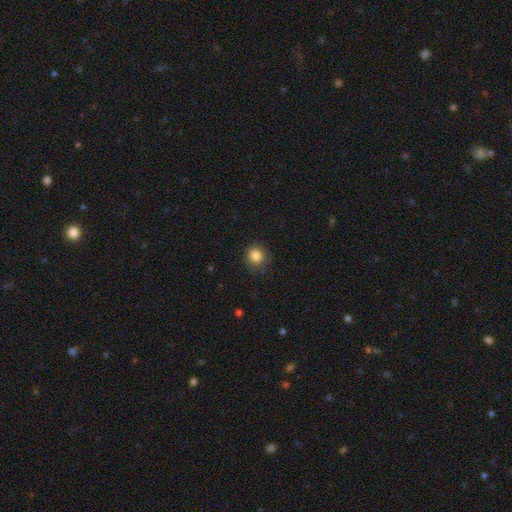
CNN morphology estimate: Smooth or featured?
  - smooth: 85% *
  - star or artifact: 11%
  - featured or disk: 4%
How rounded?
  - round: 87% *
  - in between: 12%
  - cigar-shaped: 1%
Merging?
  - none: 82% *
  - minor disturbance: 13%
  - major disturbance: 3%
  - merger: 1%